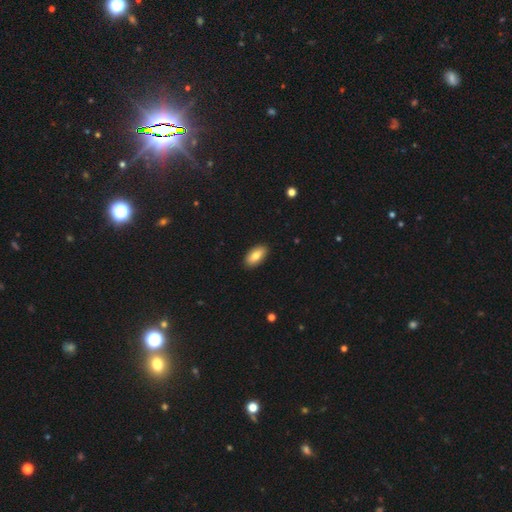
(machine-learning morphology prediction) smooth 79%, featured or disk 14%, star or artifact 6%. Down the decision tree: how rounded — in between (92%); merging — none (90%).